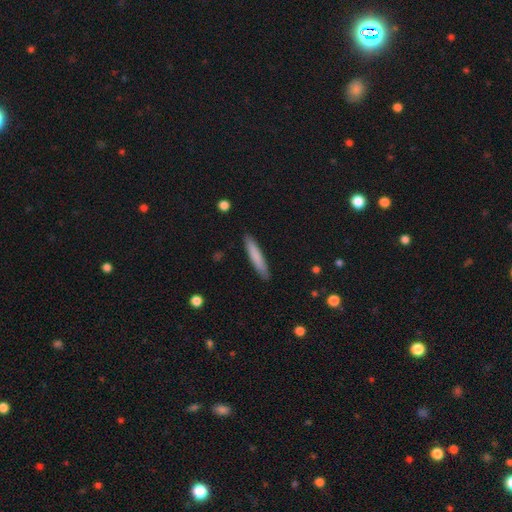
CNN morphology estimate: Smooth or featured? Predicted: smooth (p=0.79). How rounded? Predicted: cigar-shaped (p=0.91). Merging? Predicted: none (p=0.89).